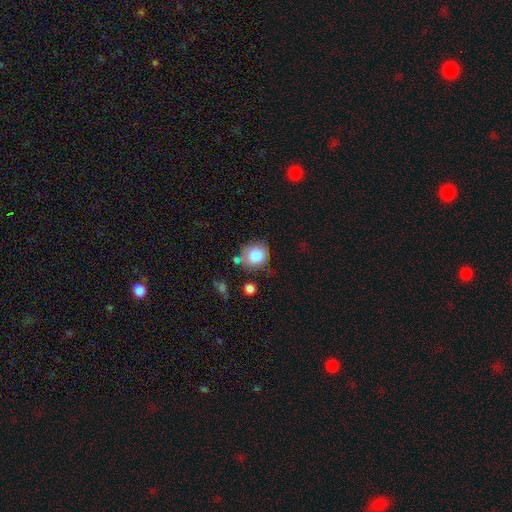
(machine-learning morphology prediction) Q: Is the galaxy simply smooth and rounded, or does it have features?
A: smooth — 84%.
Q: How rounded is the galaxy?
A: round — 74%.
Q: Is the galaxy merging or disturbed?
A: none — 55%.